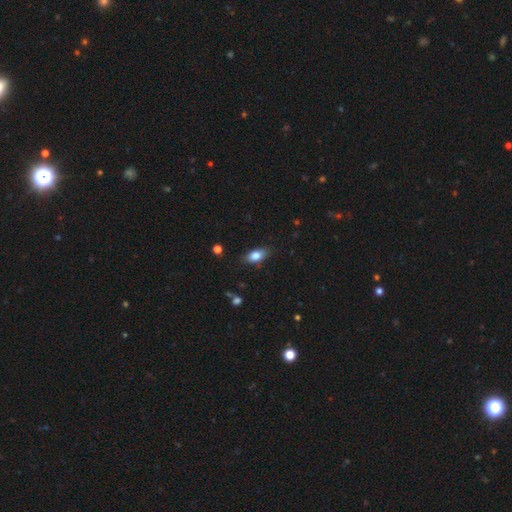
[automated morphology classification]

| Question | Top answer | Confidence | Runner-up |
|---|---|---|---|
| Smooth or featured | smooth | 81% | featured or disk (11%) |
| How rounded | in between | 86% | round (7%) |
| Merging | none | 81% | minor disturbance (14%) |